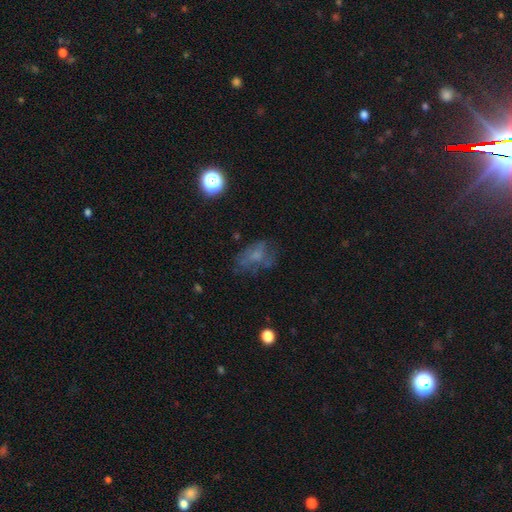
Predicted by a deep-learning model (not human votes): A smooth galaxy with no disk features (45%). Merging: none (48%).